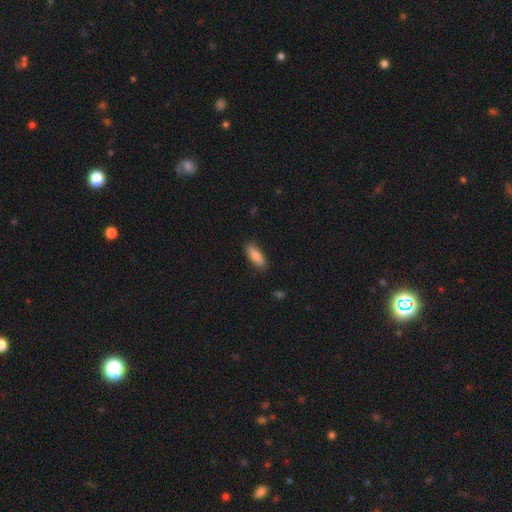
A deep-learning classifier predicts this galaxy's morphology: Smooth or featured? smooth (81%)
How rounded? in between (70%)
Merging? none (84%)